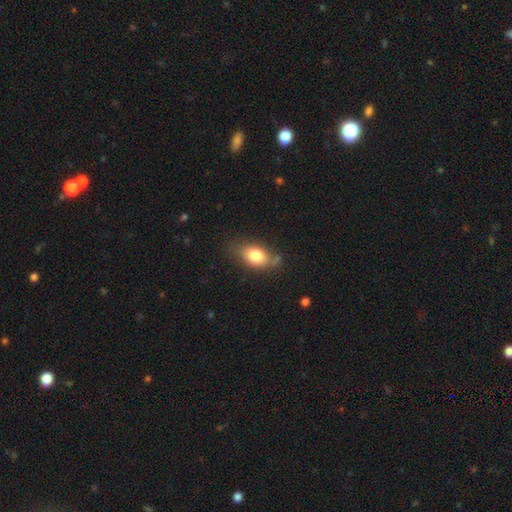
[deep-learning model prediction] A smooth galaxy with no disk features (80%) that is in between round and cigar-shaped (85%). Merging: none (63%).